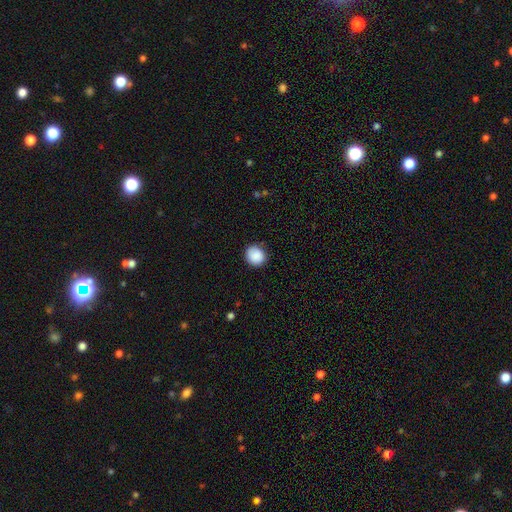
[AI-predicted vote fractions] smooth_or_featured: smooth (p=0.89) [alt: star or artifact p=0.08]
how_rounded: round (p=0.84) [alt: in between p=0.16]
merging: none (p=0.85) [alt: minor disturbance p=0.11]